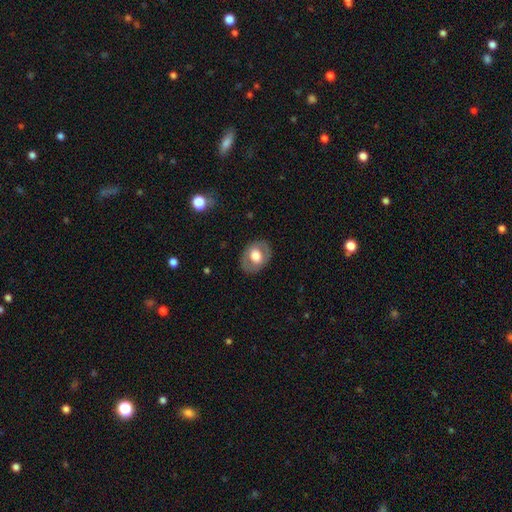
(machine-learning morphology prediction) Smooth or featured: smooth — 55% (featured or disk — 38%)
How rounded: in between — 61% (round — 38%)
Merging: none — 83% (minor disturbance — 12%)